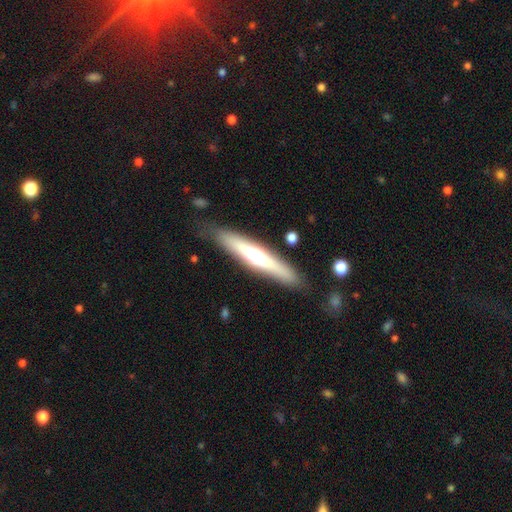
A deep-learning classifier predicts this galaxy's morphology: Smooth or featured? featured or disk (49%)
Merging? none (83%)